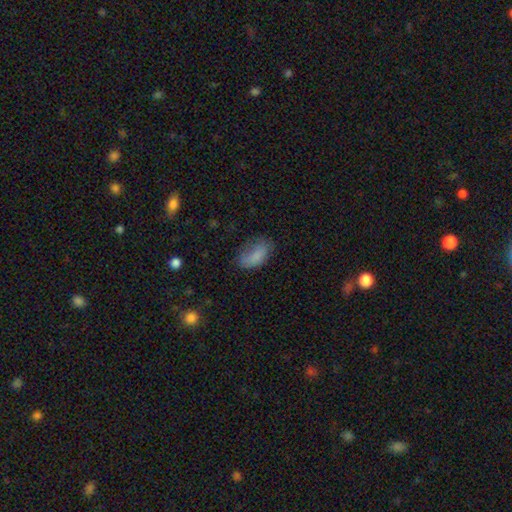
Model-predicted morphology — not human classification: A smooth galaxy with no disk features (79%) that is in between round and cigar-shaped (91%).

Vote fractions:
- Smooth or featured? smooth: 79% / featured or disk: 12% / star or artifact: 9%
- How rounded? in between: 91% / round: 5% / cigar-shaped: 4%
- Merging? none: 52% / minor disturbance: 30% / major disturbance: 16% / merger: 2%